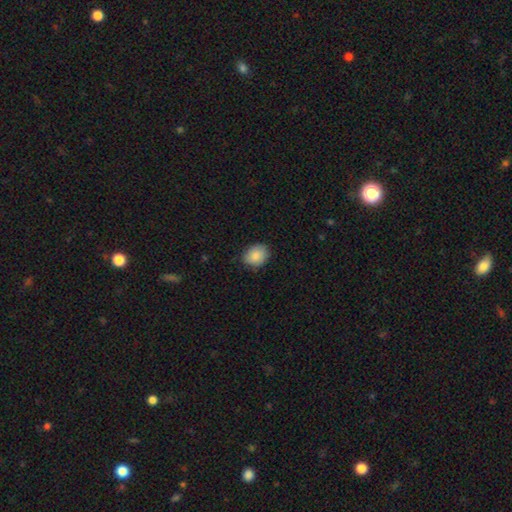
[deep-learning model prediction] A smooth galaxy with no disk features (87%) that is in between round and cigar-shaped (54%). Merging: none (81%).